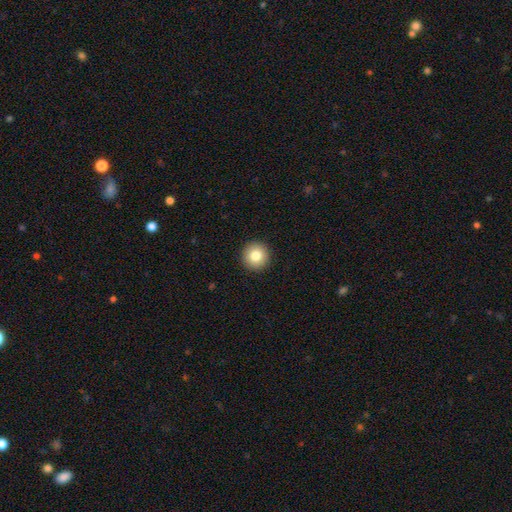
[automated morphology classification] smooth_or_featured: smooth (p=0.82) [alt: star or artifact p=0.10]
how_rounded: round (p=0.95) [alt: in between p=0.04]
merging: none (p=0.93) [alt: minor disturbance p=0.04]